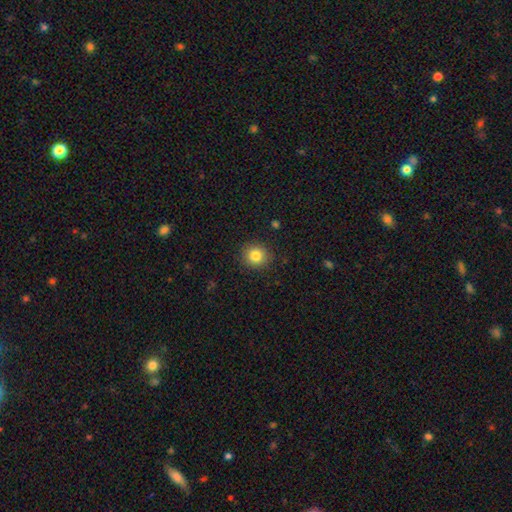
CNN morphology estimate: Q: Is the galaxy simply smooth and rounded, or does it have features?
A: smooth — 83%.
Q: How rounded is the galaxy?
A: round — 89%.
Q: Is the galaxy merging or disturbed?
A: none — 89%.